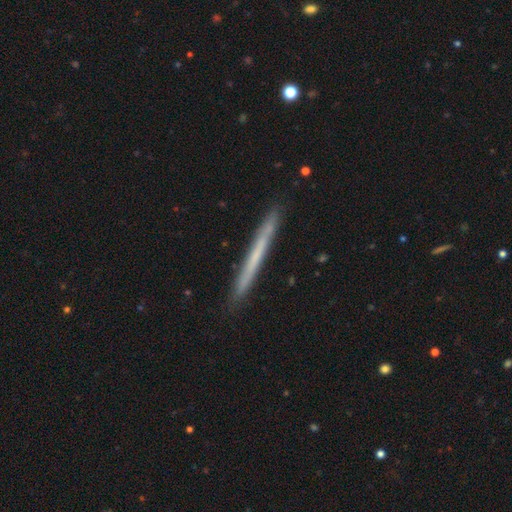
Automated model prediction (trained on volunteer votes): This is possibly a smooth galaxy (50%). How rounded: clearly cigar-shaped (97%). Merging: clearly none (90%).